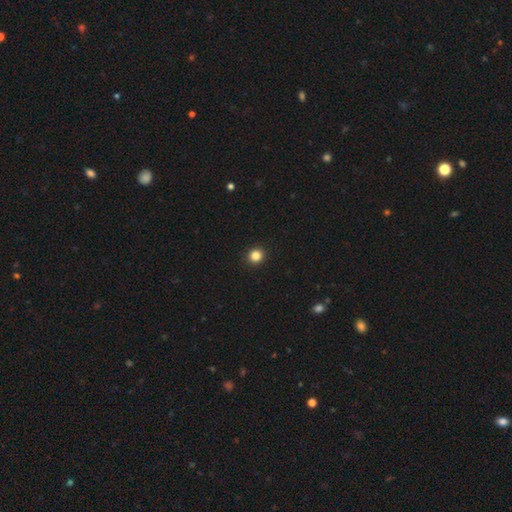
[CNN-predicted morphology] Q: Smooth or featured?
A: smooth (84%); runner-up: star or artifact (12%)
Q: How rounded?
A: round (92%); runner-up: in between (7%)
Q: Merging?
A: none (94%); runner-up: minor disturbance (4%)